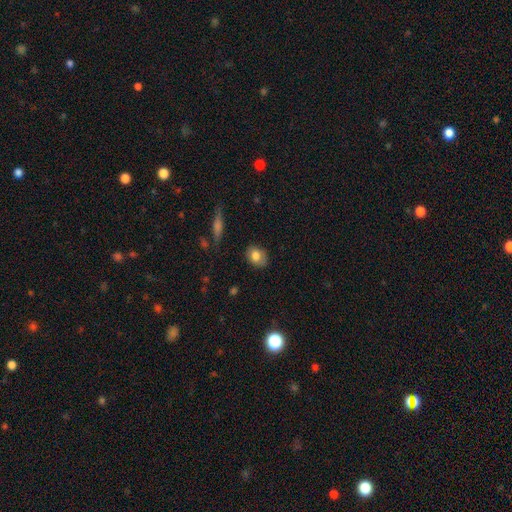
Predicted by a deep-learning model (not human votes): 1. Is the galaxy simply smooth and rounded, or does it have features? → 78% smooth, 14% featured or disk, 8% star or artifact.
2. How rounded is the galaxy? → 60% in between, 38% round, 2% cigar-shaped.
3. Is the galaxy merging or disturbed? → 79% none, 16% minor disturbance, 3% major disturbance, 1% merger.